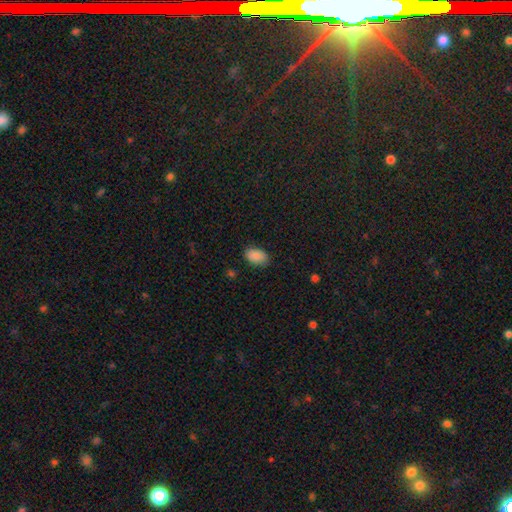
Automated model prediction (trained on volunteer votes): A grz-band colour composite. It shows a smooth galaxy with no disk features (88%) that is in between round and cigar-shaped (88%). Merging: none (84%).